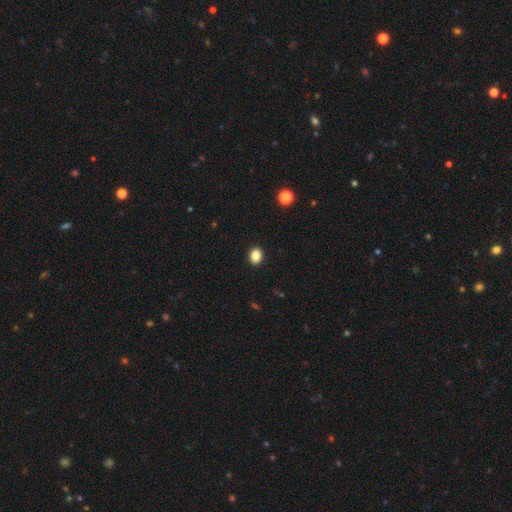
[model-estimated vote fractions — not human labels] Smooth or featured? smooth (86%)
How rounded? in between (52%)
Merging? none (92%)